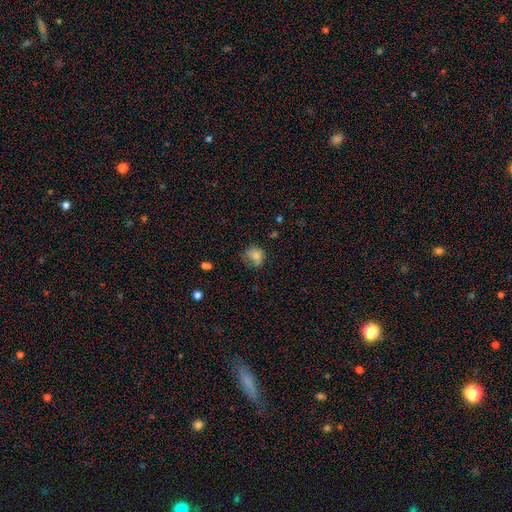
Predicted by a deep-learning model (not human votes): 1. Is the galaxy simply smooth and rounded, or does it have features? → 77% smooth, 12% featured or disk, 11% star or artifact.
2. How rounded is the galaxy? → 70% round, 29% in between, 1% cigar-shaped.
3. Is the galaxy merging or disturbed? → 47% none, 31% minor disturbance, 19% major disturbance, 3% merger.